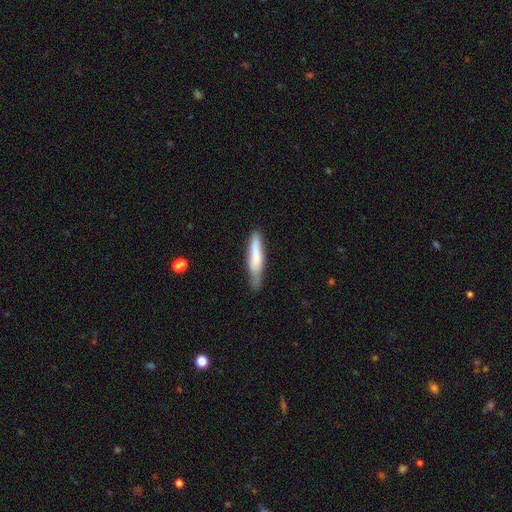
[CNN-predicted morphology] Smooth or featured? smooth (70%)
How rounded? cigar-shaped (85%)
Merging? none (60%)